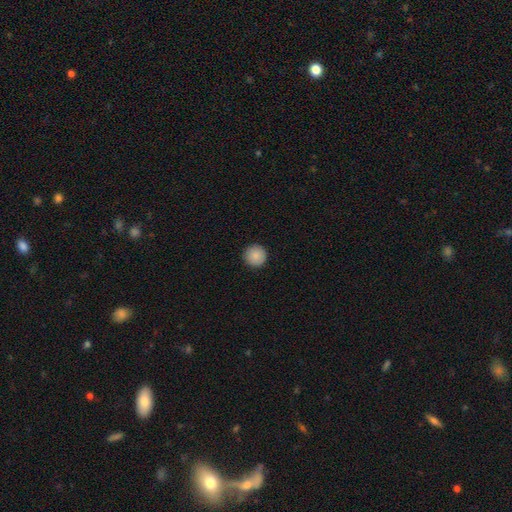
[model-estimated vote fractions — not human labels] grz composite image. It shows a smooth galaxy with no disk features (87%) that is round (96%). Merging: none (92%).